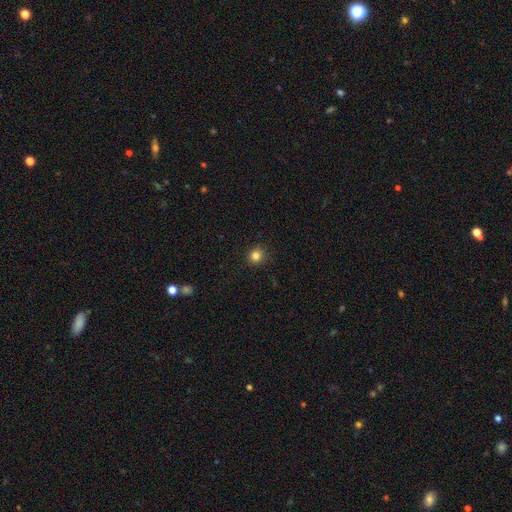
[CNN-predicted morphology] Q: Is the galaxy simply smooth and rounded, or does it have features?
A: smooth — 83%.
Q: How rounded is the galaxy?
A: round — 90%.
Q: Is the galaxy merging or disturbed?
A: none — 90%.